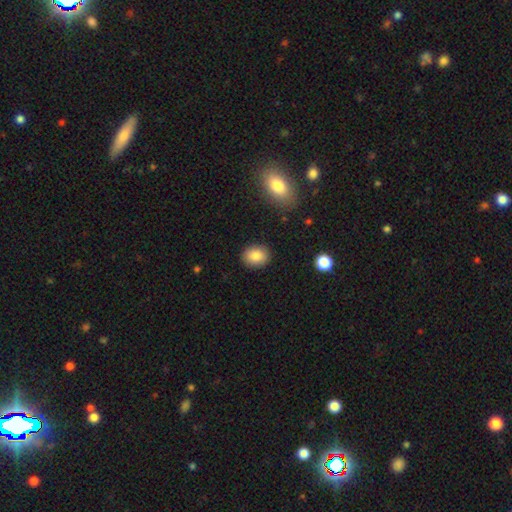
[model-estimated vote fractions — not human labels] Overall: smooth (84%). How rounded: round (51%; in between 48%). Merging: none (89%).